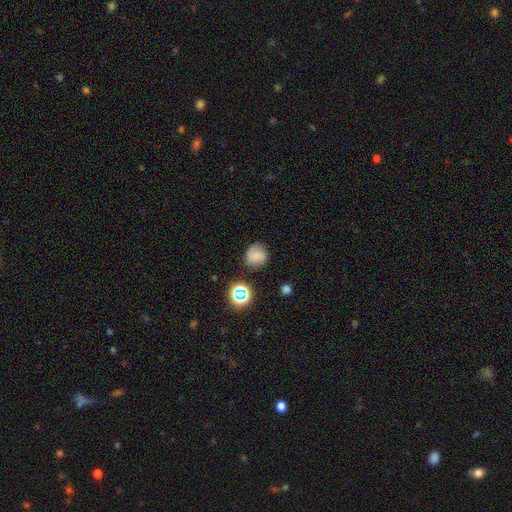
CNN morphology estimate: The model was most divided on "smooth or featured": smooth: 65%, featured or disk: 20%, star or artifact: 15%. More confident: how rounded — round (87%); merging — none (78%).